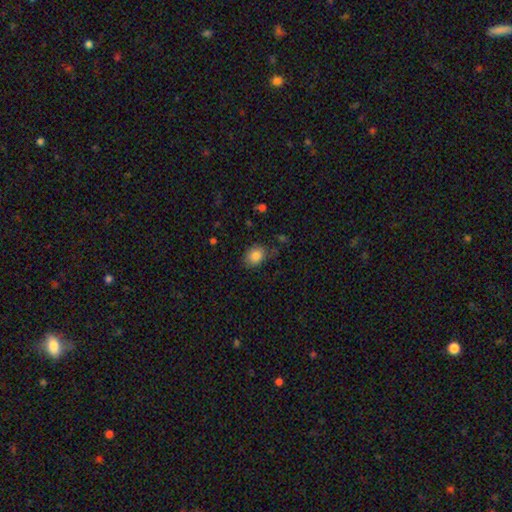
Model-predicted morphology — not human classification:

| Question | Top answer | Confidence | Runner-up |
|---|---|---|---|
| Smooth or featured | smooth | 85% | star or artifact (9%) |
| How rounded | in between | 51% | round (48%) |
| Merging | none | 76% | minor disturbance (18%) |